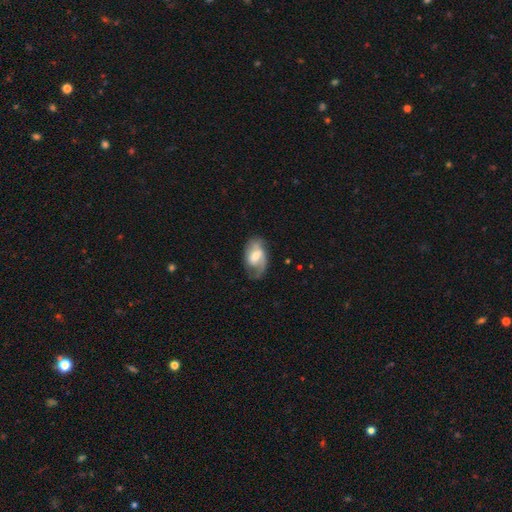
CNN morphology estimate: This is likely a featured or disk galaxy (68%). It is clearly not viewed edge-on (96%). Bar: possibly weak (51%). Spiral arm pattern: clearly yes (86%). Spiral arm count: likely 2 (61%). Spiral winding: marginally medium (44%). Central bulge: possibly moderate (56%). Merging: possibly none (59%).